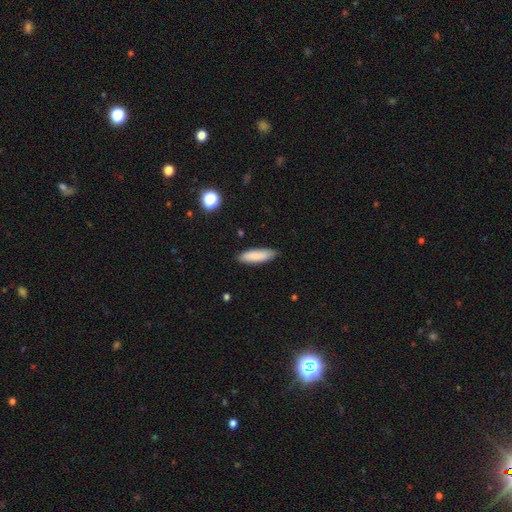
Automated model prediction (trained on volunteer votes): Smooth or featured? smooth (87%)
How rounded? cigar-shaped (57%)
Merging? none (85%)